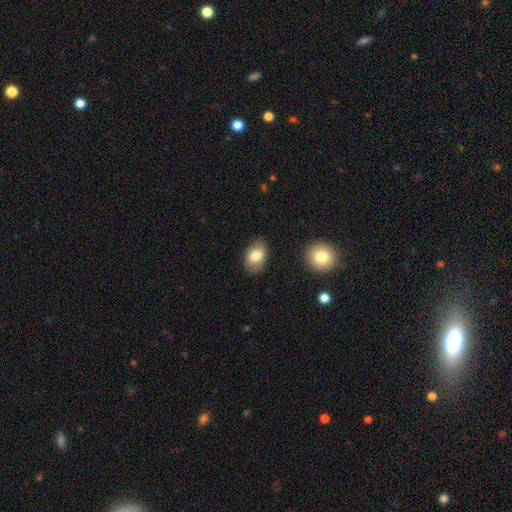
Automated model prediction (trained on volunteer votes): Overall: smooth (81%). How rounded: in between (85%). Merging: none (83%).